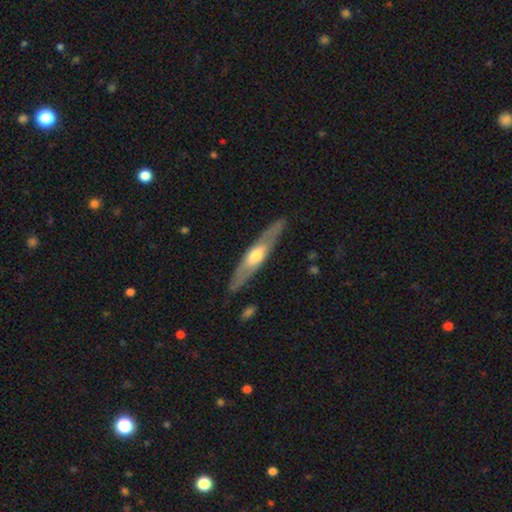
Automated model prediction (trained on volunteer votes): Smooth or featured?
  - featured or disk: 62% *
  - smooth: 33%
  - star or artifact: 5%
Edge-on disk?
  - yes: 78% *
  - no: 22%
Merging?
  - none: 85% *
  - minor disturbance: 11%
  - major disturbance: 3%
  - merger: 2%